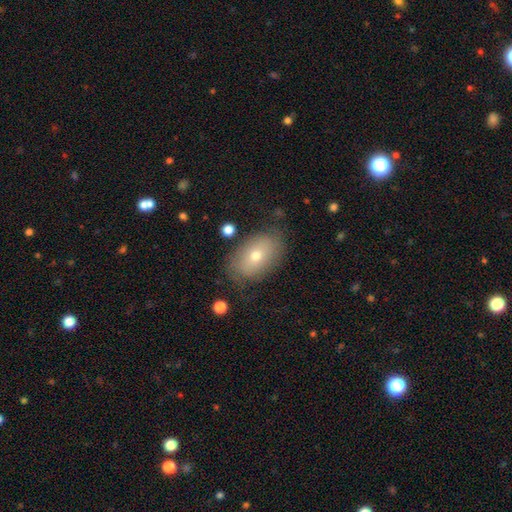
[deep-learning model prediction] Overall: smooth (63%; featured or disk 27%). How rounded: in between (86%). Merging: none (74%).